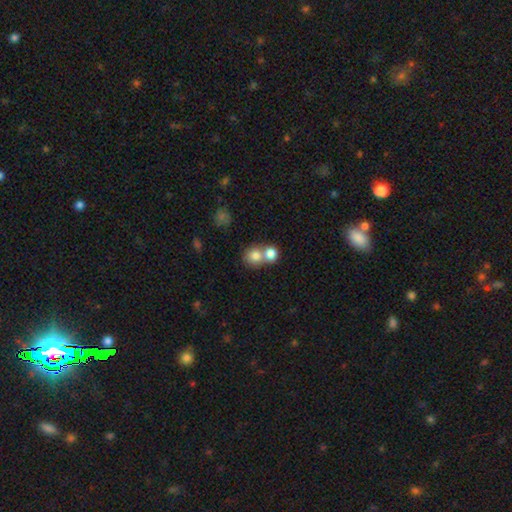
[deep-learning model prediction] Smooth or featured? Predicted: smooth (p=0.79). How rounded? Predicted: round (p=0.81). Merging? Predicted: merger (p=0.57).